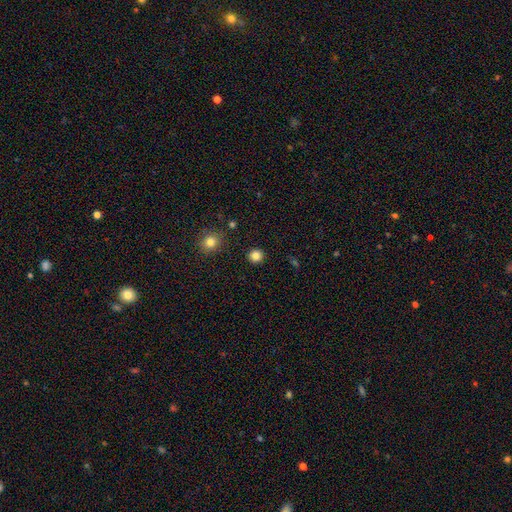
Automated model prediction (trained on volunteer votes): Smooth or featured? Predicted: smooth (p=0.84). How rounded? Predicted: round (p=0.93). Merging? Predicted: none (p=0.92).